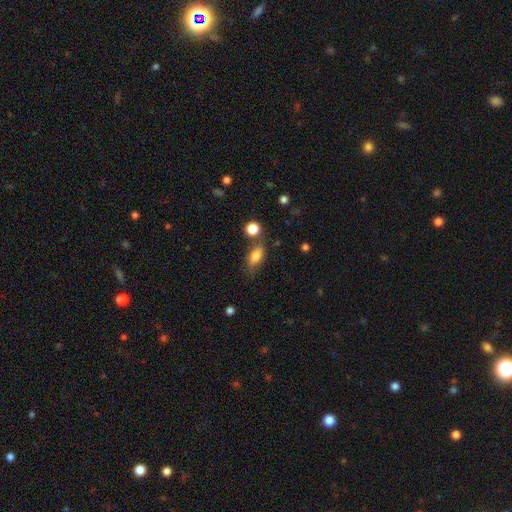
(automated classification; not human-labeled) Smooth or featured? Predicted: smooth (p=0.80). How rounded? Predicted: in between (p=0.84). Merging? Predicted: none (p=0.66).